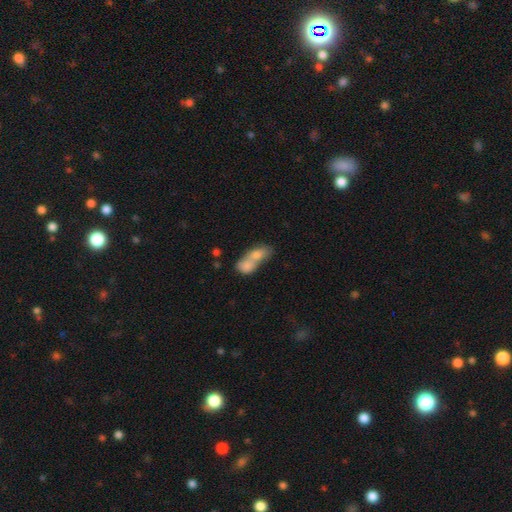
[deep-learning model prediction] This is likely a smooth galaxy (68%). How rounded: likely in between (69%). Merging: likely merger (74%).